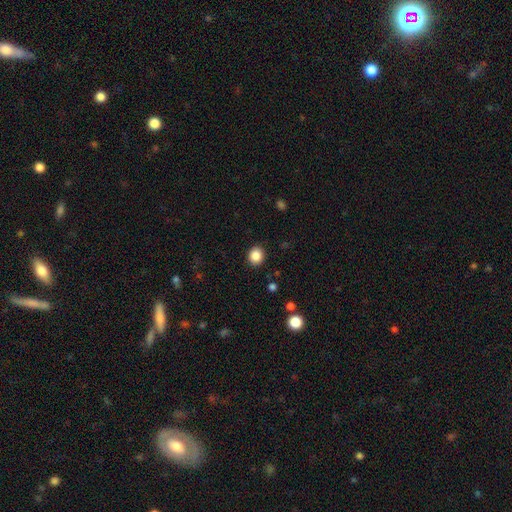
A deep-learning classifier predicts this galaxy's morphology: Smooth or featured?
  - smooth: 87% *
  - star or artifact: 10%
  - featured or disk: 3%
How rounded?
  - round: 80% *
  - in between: 19%
  - cigar-shaped: 1%
Merging?
  - none: 90% *
  - minor disturbance: 6%
  - major disturbance: 2%
  - merger: 1%